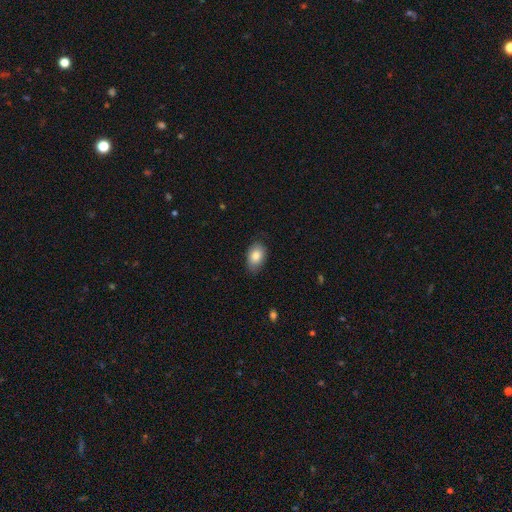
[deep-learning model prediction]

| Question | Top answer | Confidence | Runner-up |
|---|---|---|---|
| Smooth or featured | smooth | 84% | featured or disk (9%) |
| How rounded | in between | 89% | round (10%) |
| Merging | none | 78% | minor disturbance (18%) |